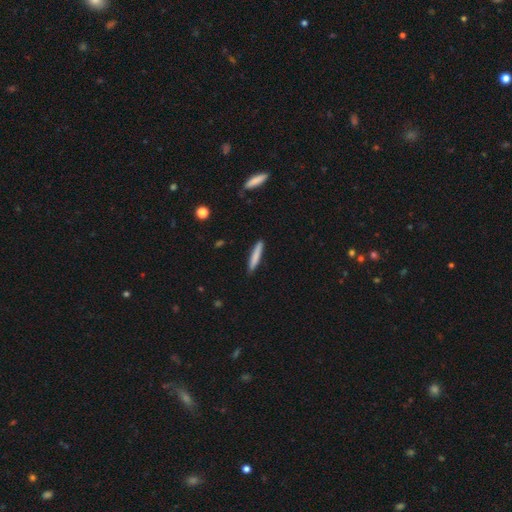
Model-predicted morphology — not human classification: type=smooth (81%); roundness=cigar-shaped (93%); merging=none (89%).